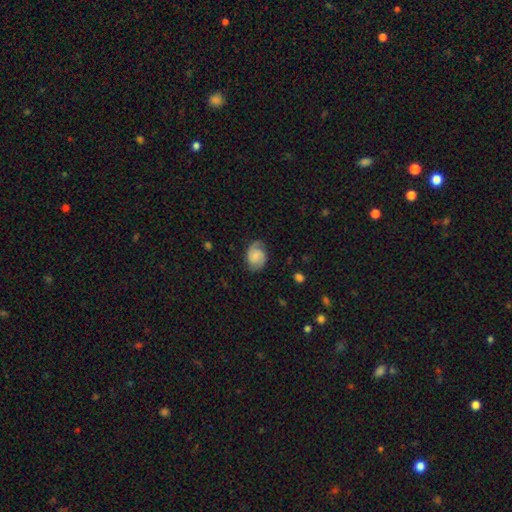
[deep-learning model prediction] Smooth or featured: featured or disk — 50% (smooth — 42%)
Merging: none — 70% (minor disturbance — 21%)